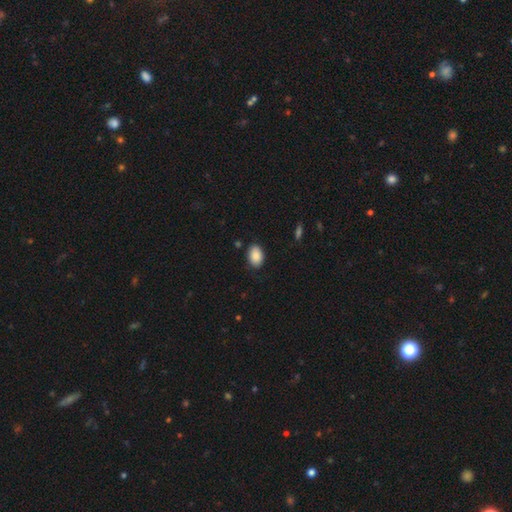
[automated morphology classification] A smooth galaxy with no disk features (89%) that is in between round and cigar-shaped (86%).

Vote fractions:
- Smooth or featured? smooth: 89% / star or artifact: 7% / featured or disk: 4%
- How rounded? in between: 86% / round: 13% / cigar-shaped: 1%
- Merging? none: 86% / minor disturbance: 11% / major disturbance: 2% / merger: 1%